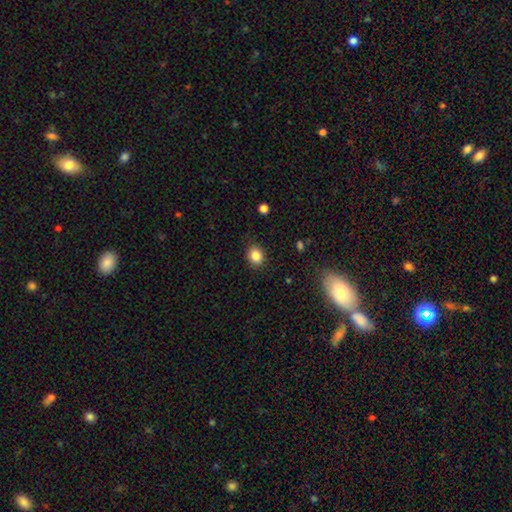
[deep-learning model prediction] Smooth or featured? Predicted: smooth (p=0.85). How rounded? Predicted: round (p=0.67). Merging? Predicted: none (p=0.88).